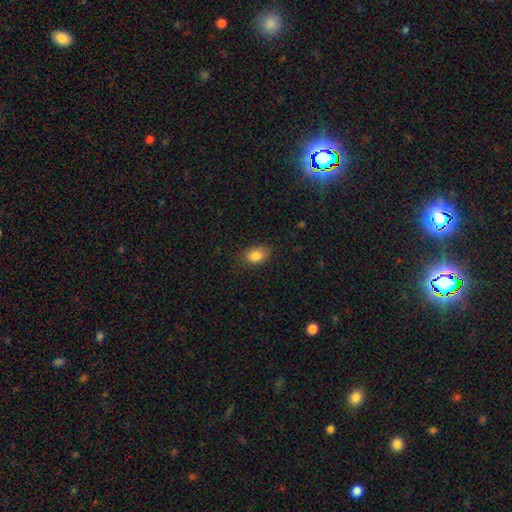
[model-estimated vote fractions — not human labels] Smooth or featured? Predicted: smooth (p=0.85). How rounded? Predicted: in between (p=0.80). Merging? Predicted: none (p=0.83).